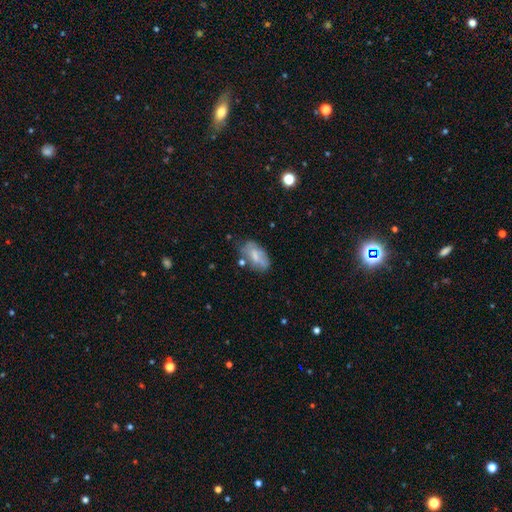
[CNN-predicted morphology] A smooth galaxy with no disk features (61%) that is in between round and cigar-shaped (91%).

Vote fractions:
- Smooth or featured? smooth: 61% / featured or disk: 30% / star or artifact: 8%
- How rounded? in between: 91% / cigar-shaped: 4% / round: 4%
- Merging? none: 50% / minor disturbance: 29% / major disturbance: 12% / merger: 9%